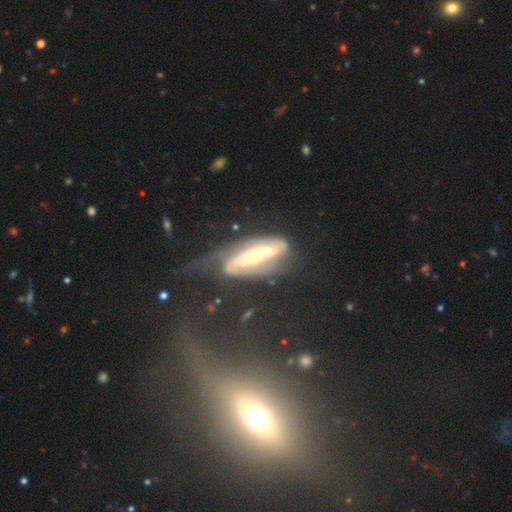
Overall: featured or disk (92%). Edge-on disk: no (76%). Bar: strong (42%; weak 38%). Spiral arms: yes (92%). Spiral arm count: 2 (75%). Spiral winding: medium (50%; tight 33%). Bulge size: small (77%). Merging: none (42%; minor disturbance 33%).